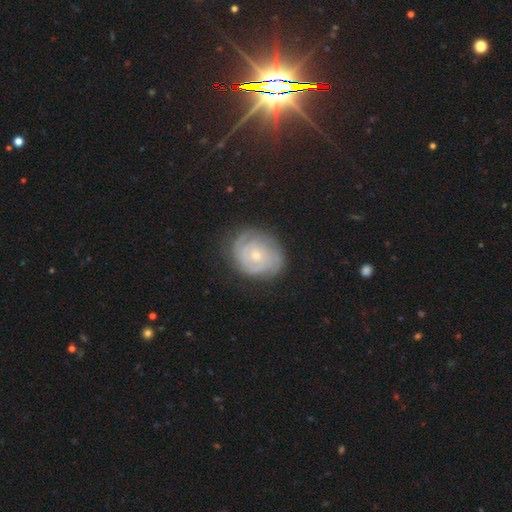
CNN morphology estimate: Overall: featured or disk (72%). Edge-on disk: no (97%). Bar: no (79%). Spiral arms: yes (90%). Spiral arm count: can't tell (42%; 2 23%). Spiral winding: tight (75%). Bulge size: small (69%). Merging: none (76%).